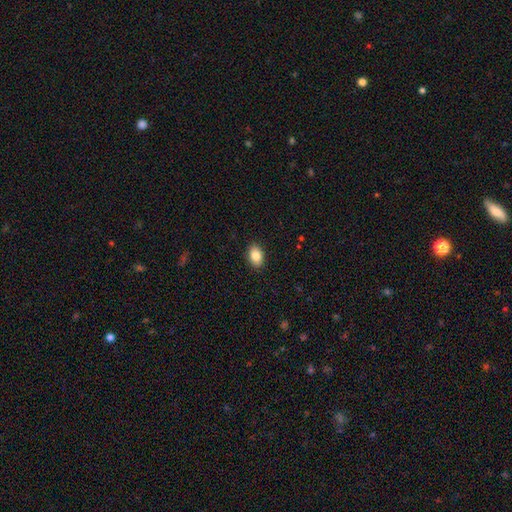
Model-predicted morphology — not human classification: Smooth or featured?
  - smooth: 85% *
  - star or artifact: 8%
  - featured or disk: 8%
How rounded?
  - in between: 85% *
  - round: 14%
  - cigar-shaped: 1%
Merging?
  - none: 90% *
  - minor disturbance: 7%
  - major disturbance: 2%
  - merger: 1%